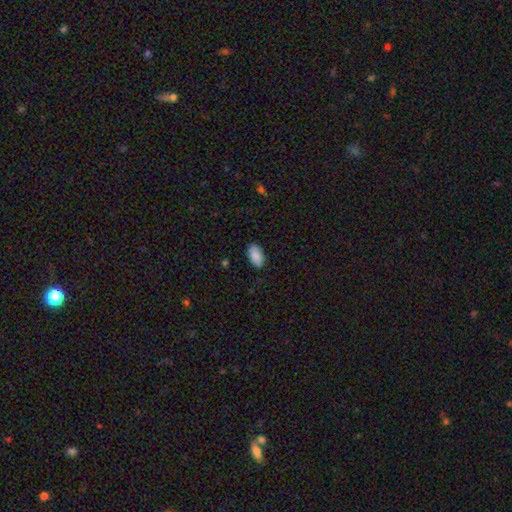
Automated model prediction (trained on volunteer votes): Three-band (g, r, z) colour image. It shows a smooth galaxy with no disk features (89%) that is in between round and cigar-shaped (95%). Merging: none (87%).